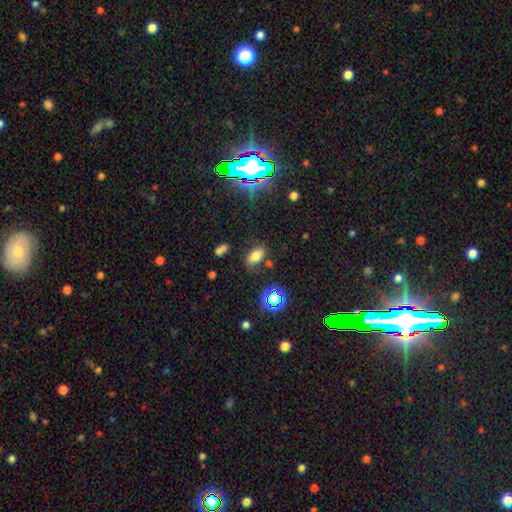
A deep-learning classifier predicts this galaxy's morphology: Smooth or featured: smooth — 68% (star or artifact — 19%)
How rounded: in between — 87% (round — 11%)
Merging: none — 71% (minor disturbance — 17%)